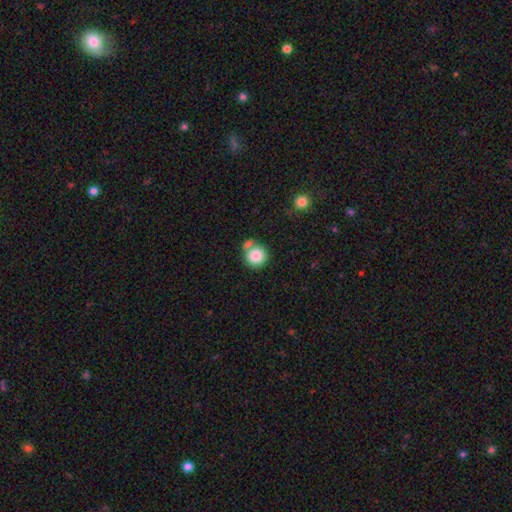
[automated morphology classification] Overall: smooth (84%). How rounded: round (91%). Merging: none (58%; merger 26%).